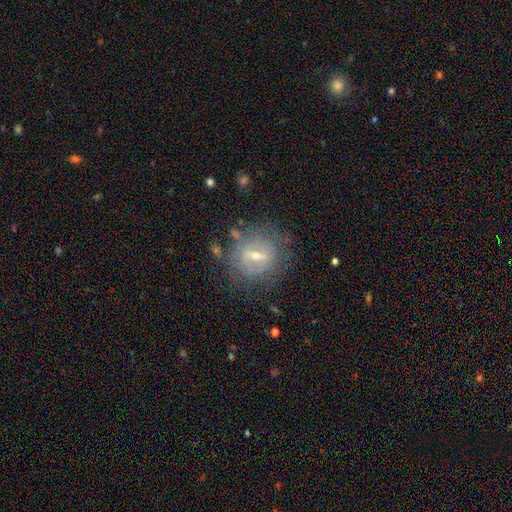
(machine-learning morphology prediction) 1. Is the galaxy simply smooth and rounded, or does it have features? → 67% featured or disk, 24% smooth, 9% star or artifact.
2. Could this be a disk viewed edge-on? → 88% no, 12% yes.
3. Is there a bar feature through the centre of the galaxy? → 43% strong (tied), 43% weak (tied), 13% no.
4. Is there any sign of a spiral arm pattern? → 58% no, 42% yes.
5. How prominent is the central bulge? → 52% small, 41% moderate, 4% none, 2% large, 1% dominant.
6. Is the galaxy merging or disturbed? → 69% none, 18% minor disturbance, 10% major disturbance, 3% merger.